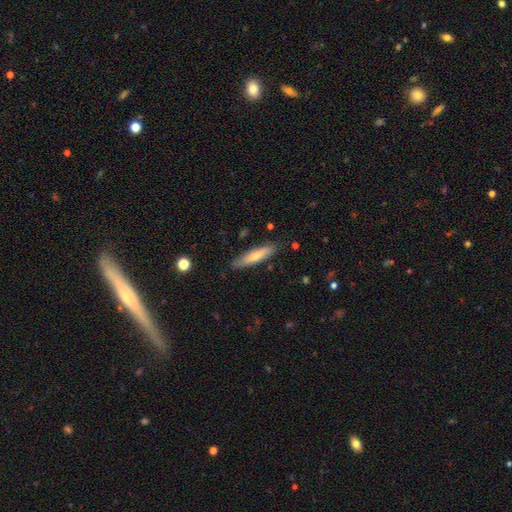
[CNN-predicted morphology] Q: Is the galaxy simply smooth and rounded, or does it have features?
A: smooth — 66%.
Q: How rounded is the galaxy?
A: cigar-shaped — 79%.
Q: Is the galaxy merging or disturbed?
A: none — 83%.